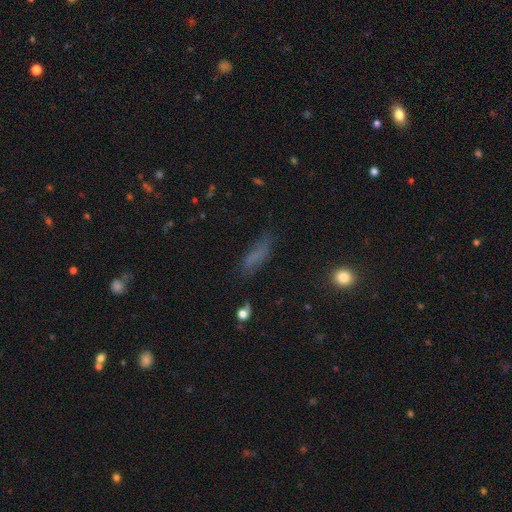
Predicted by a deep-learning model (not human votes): A smooth galaxy with no disk features (67%) that is cigar-shaped (55%). Merging: none (64%).